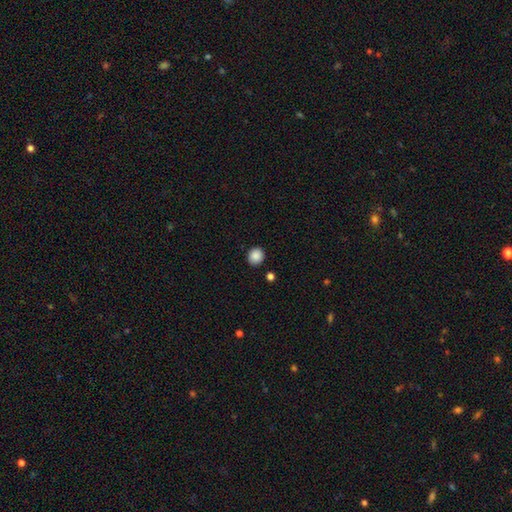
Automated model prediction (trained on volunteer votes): Smooth or featured?
  - smooth: 88% *
  - star or artifact: 9%
  - featured or disk: 3%
How rounded?
  - round: 85% *
  - in between: 14%
  - cigar-shaped: 1%
Merging?
  - none: 90% *
  - minor disturbance: 6%
  - merger: 2%
  - major disturbance: 2%